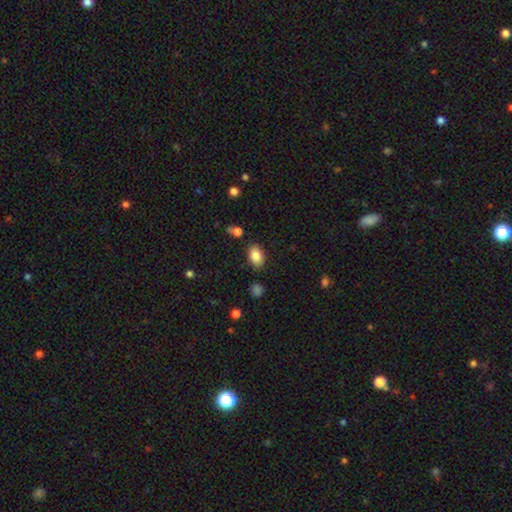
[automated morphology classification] This appears to be a smooth galaxy with no disk features (84%) that is in between round and cigar-shaped (88%). Merging: none (84%).